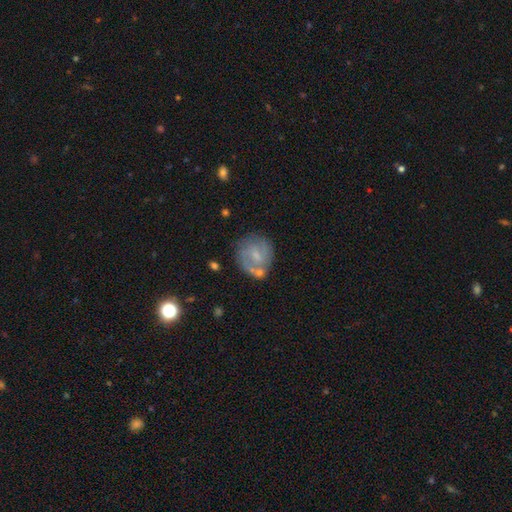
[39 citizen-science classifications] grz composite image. It shows a featured or disk galaxy (54%) with a weak bar (47%, tied with no), 2 (73%) medium (53%) spiral arms (79%) and a small central bulge (58%). Merging: none (65%).